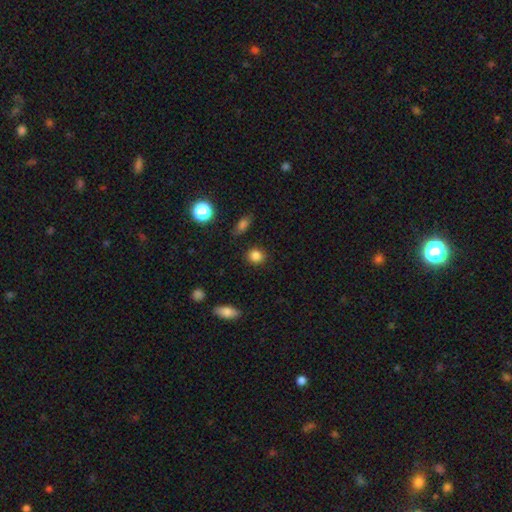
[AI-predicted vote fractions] This is clearly a smooth galaxy (85%). How rounded: likely round (79%). Merging: clearly none (88%).